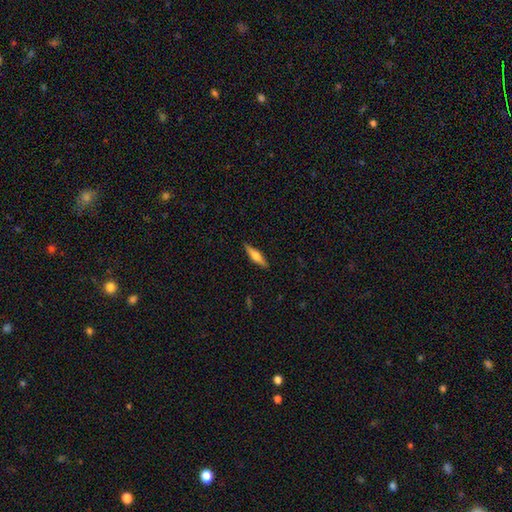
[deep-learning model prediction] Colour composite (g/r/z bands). It shows a featured or disk galaxy (49%). Merging: none (89%).